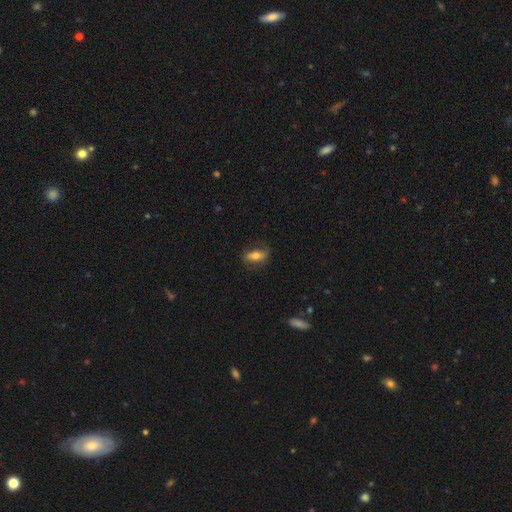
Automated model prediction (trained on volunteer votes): Smooth or featured? Predicted: smooth (p=0.54). How rounded? Predicted: in between (p=0.79). Merging? Predicted: none (p=0.73).